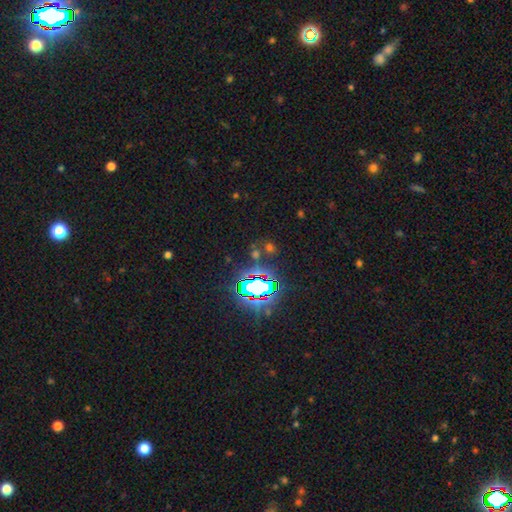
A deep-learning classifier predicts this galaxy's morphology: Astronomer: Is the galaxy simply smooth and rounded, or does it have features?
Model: star or artifact — 74%.